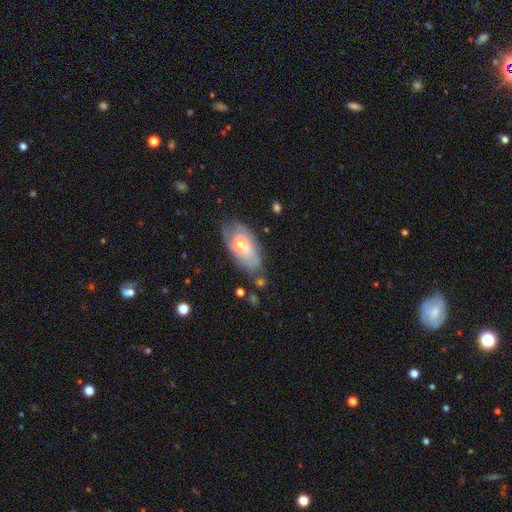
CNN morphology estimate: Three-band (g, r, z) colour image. It shows a smooth galaxy with no disk features (48%). Merging: none (71%).